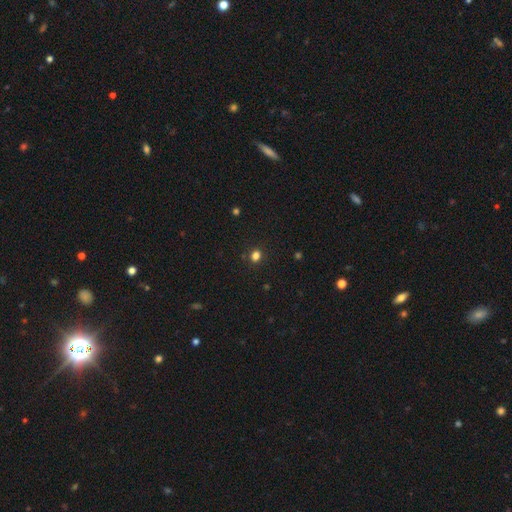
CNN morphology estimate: Overall: smooth (80%). How rounded: round (68%; in between 30%). Merging: none (87%).